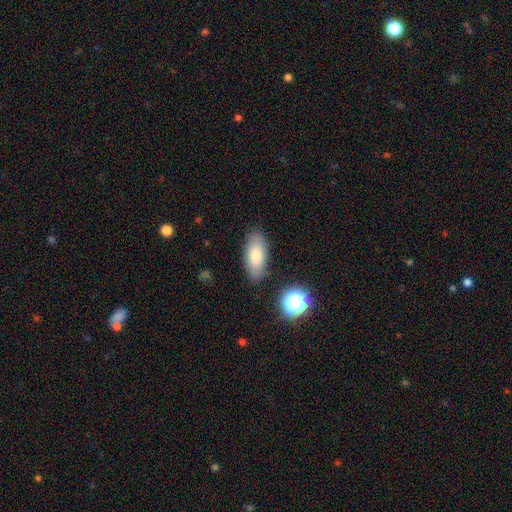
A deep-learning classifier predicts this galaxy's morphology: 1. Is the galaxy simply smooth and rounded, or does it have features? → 78% smooth, 14% featured or disk, 8% star or artifact.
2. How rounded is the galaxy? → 85% in between, 11% cigar-shaped, 4% round.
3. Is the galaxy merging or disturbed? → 81% none, 13% minor disturbance, 3% major disturbance, 3% merger.